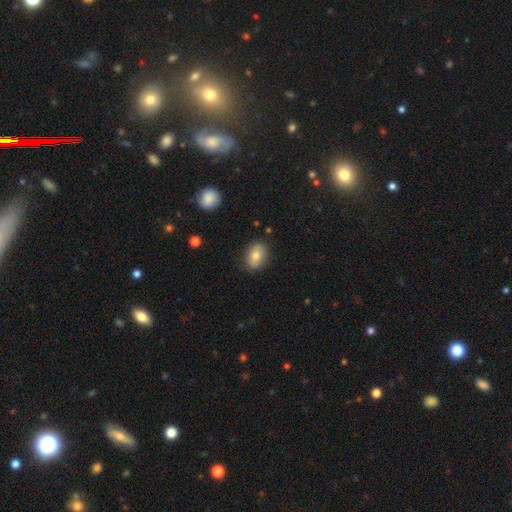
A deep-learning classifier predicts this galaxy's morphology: smooth_or_featured: smooth (p=0.77) [alt: featured or disk p=0.14]
how_rounded: in between (p=0.75) [alt: round p=0.24]
merging: none (p=0.83) [alt: minor disturbance p=0.12]